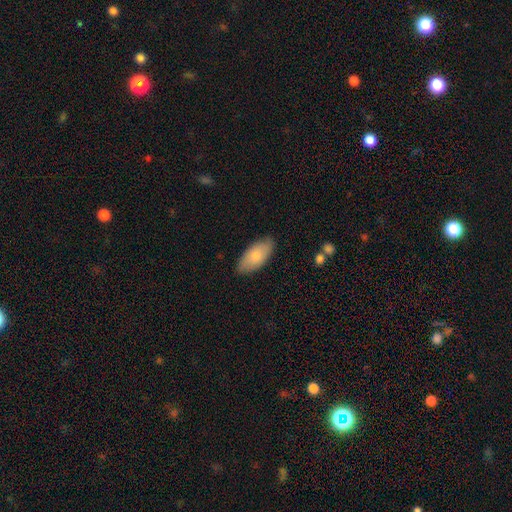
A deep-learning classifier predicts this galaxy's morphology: This appears to be a smooth galaxy with no disk features (81%) that is in between round and cigar-shaped (91%). Merging: none (84%).